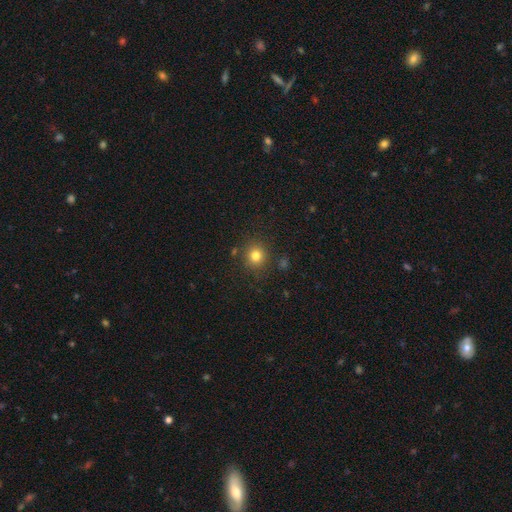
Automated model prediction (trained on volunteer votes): This is likely a smooth galaxy (80%). How rounded: clearly round (90%). Merging: clearly none (86%).